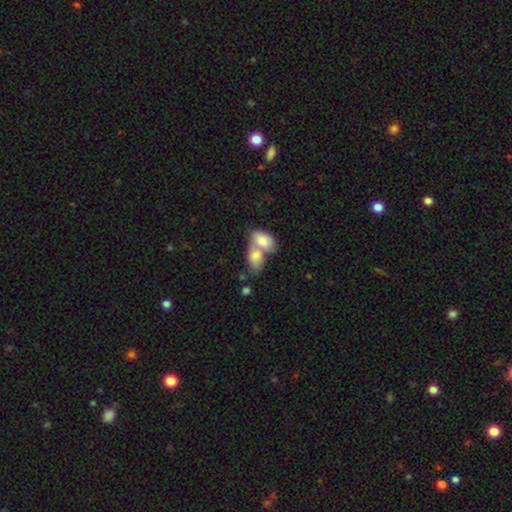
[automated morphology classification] Smooth or featured? Predicted: smooth (p=0.79). How rounded? Predicted: in between (p=0.89). Merging? Predicted: merger (p=0.73).